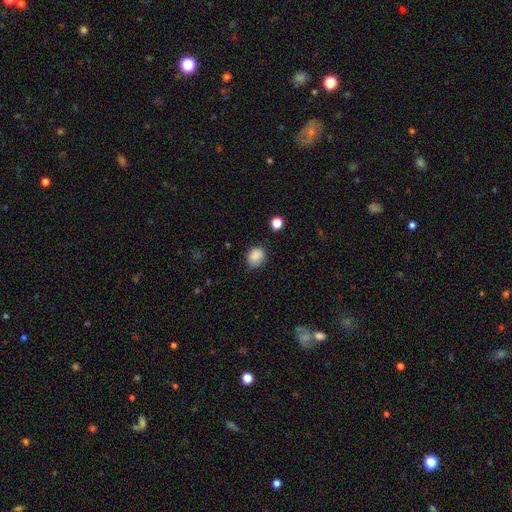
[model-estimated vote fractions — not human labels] smooth 85%, star or artifact 9%, featured or disk 6%. Down the decision tree: how rounded — round (60%); merging — none (71%).